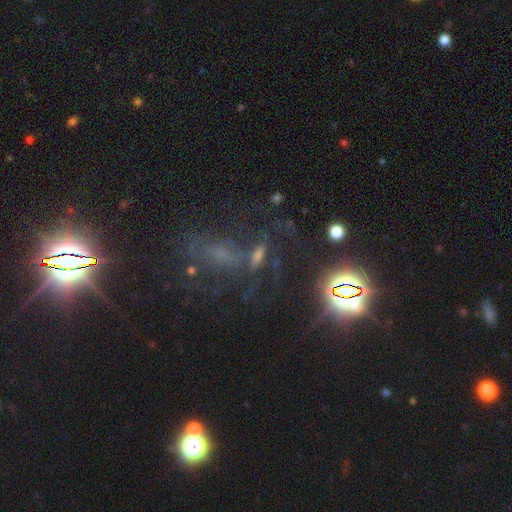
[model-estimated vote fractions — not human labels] Smooth or featured? Predicted: star or artifact (p=0.47).